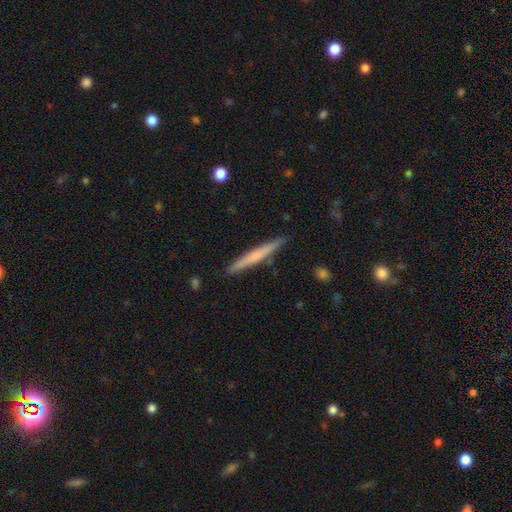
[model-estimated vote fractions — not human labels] smooth_or_featured: smooth (p=0.56) [alt: featured or disk p=0.39]
how_rounded: cigar-shaped (p=0.96) [alt: in between p=0.02]
merging: none (p=0.90) [alt: minor disturbance p=0.07]